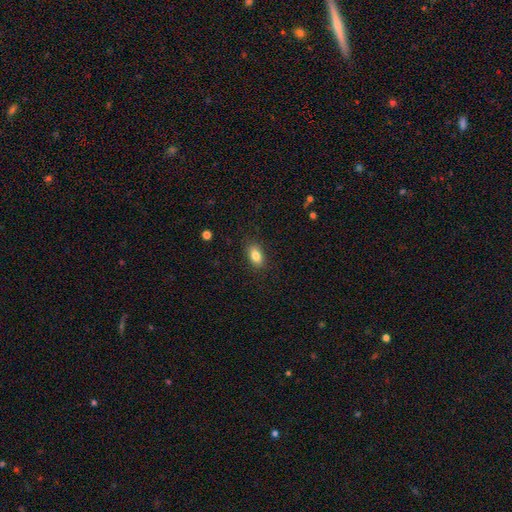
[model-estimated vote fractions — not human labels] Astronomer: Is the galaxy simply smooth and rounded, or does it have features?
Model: smooth — 84%.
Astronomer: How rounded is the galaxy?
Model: in between — 87%.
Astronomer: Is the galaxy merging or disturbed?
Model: none — 87%.